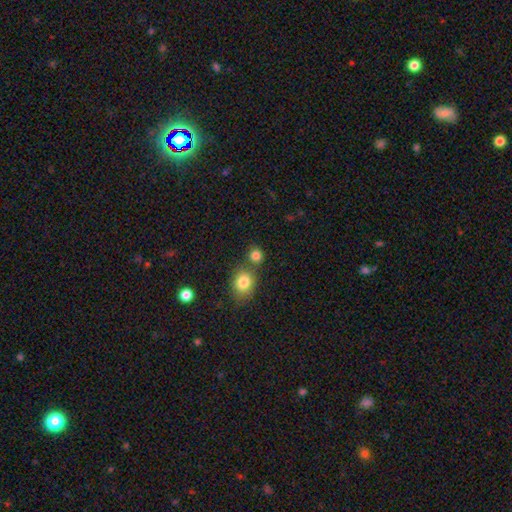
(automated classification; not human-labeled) smooth 83%, star or artifact 11%, featured or disk 6%. Down the decision tree: how rounded — round (80%); merging — none (62%).